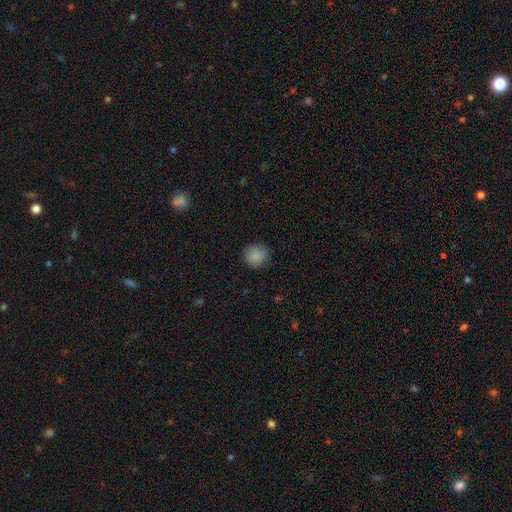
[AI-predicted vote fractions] smooth-or-featured: smooth: 88% | star or artifact: 9% | featured or disk: 3%
  how-rounded: round: 91% | in between: 8% | cigar-shaped: 1%
  merging: none: 89% | minor disturbance: 8% | major disturbance: 2% | merger: 1%